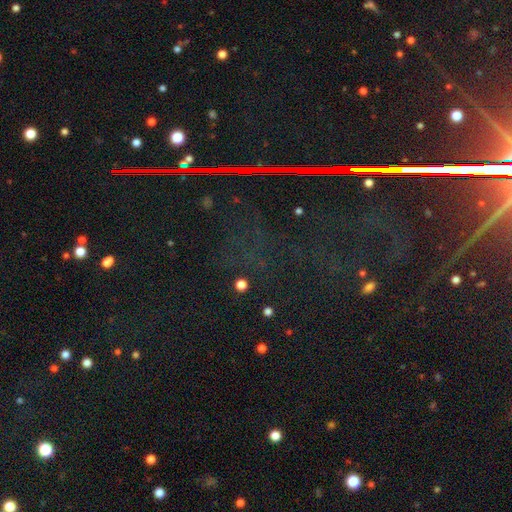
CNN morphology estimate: Smooth or featured? Predicted: star or artifact (p=0.83).